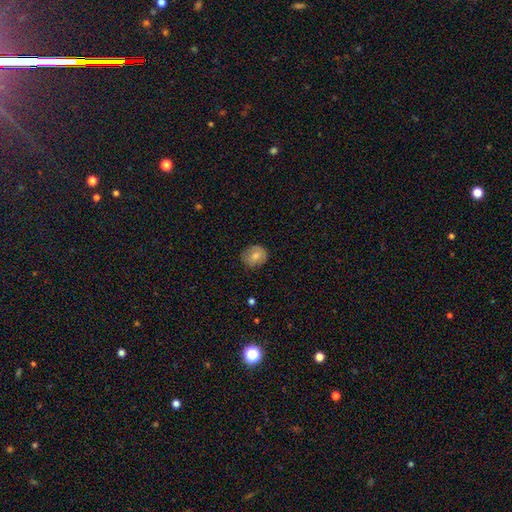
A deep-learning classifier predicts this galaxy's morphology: Smooth or featured? smooth (75%)
How rounded? round (70%)
Merging? none (77%)